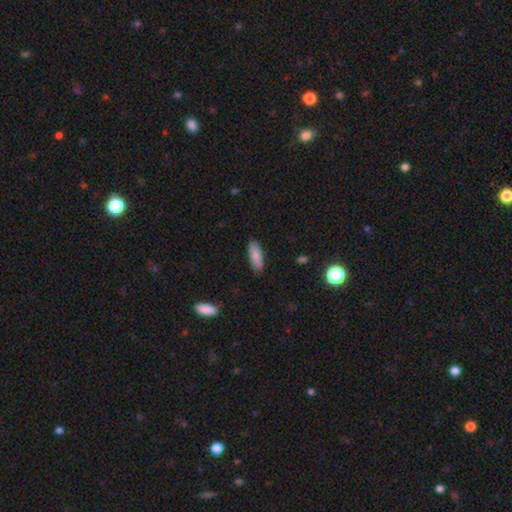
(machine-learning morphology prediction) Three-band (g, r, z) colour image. It shows a smooth galaxy with no disk features (86%) that is in between round and cigar-shaped (63%). Merging: none (86%).